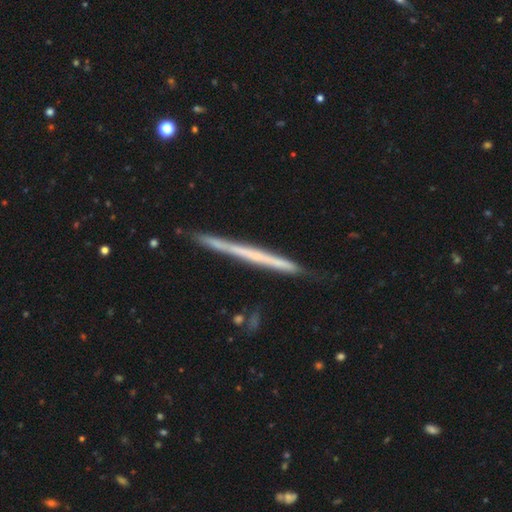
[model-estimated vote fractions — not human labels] This appears to be a featured or disk galaxy (59%) viewed edge-on (97%) with no central bulge (92%). Merging: none (86%).